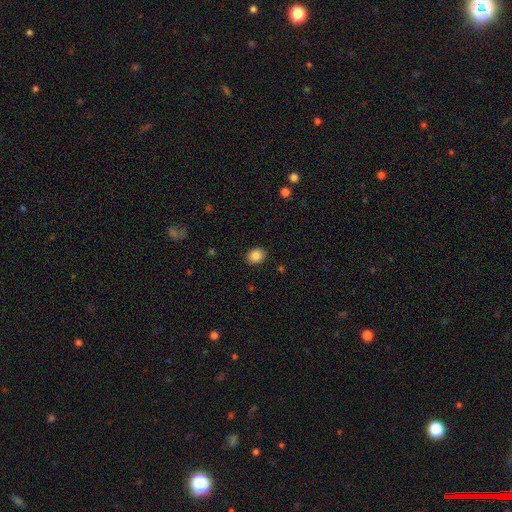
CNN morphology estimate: smooth_or_featured: smooth (p=0.85) [alt: star or artifact p=0.09]
how_rounded: round (p=0.51) [alt: in between p=0.48]
merging: none (p=0.89) [alt: minor disturbance p=0.08]